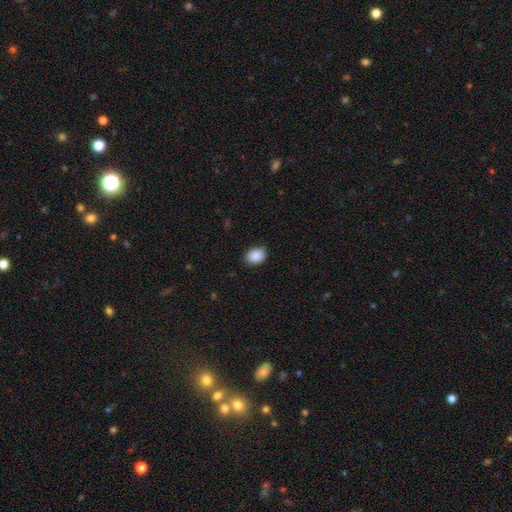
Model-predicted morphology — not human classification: A smooth galaxy with no disk features (89%) that is in between round and cigar-shaped (68%).

Vote fractions:
- Smooth or featured? smooth: 89% / star or artifact: 8% / featured or disk: 3%
- How rounded? in between: 68% / round: 31% / cigar-shaped: 1%
- Merging? none: 84% / minor disturbance: 12% / major disturbance: 2% / merger: 1%